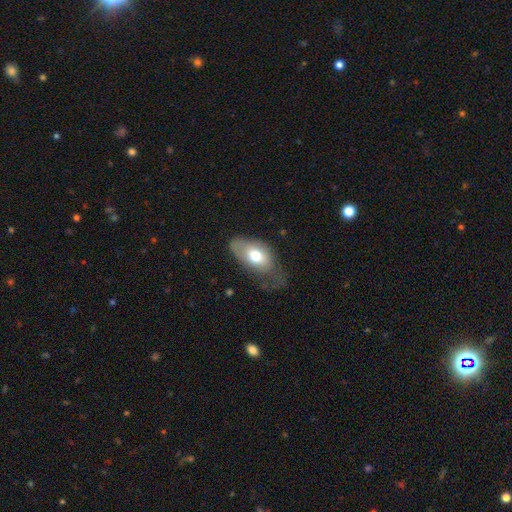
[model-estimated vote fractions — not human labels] The model was most divided on "merging": none: 34%, minor disturbance: 33%, major disturbance: 30%, merger: 2%. More confident: how rounded — in between (92%); smooth or featured — smooth (68%).